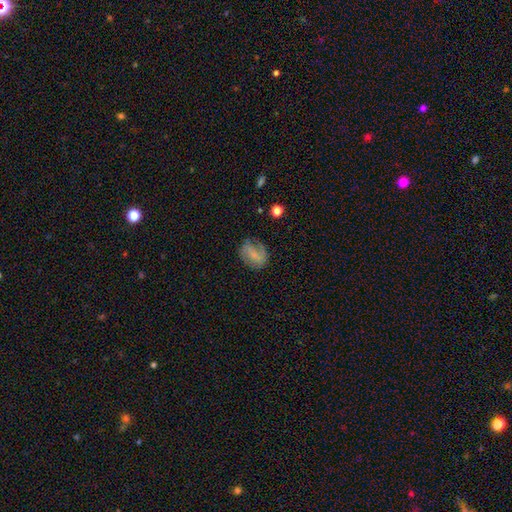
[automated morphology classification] This appears to be a featured or disk galaxy (47%). Merging: none (60%).